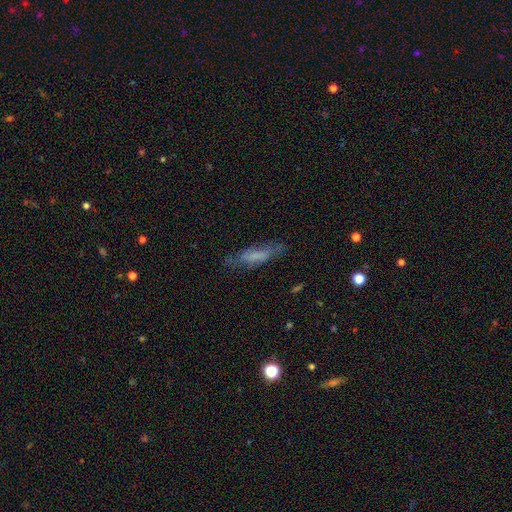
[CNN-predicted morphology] Q: Smooth or featured?
A: smooth (55%); runner-up: featured or disk (35%)
Q: How rounded?
A: cigar-shaped (66%); runner-up: in between (33%)
Q: Merging?
A: none (67%); runner-up: minor disturbance (22%)